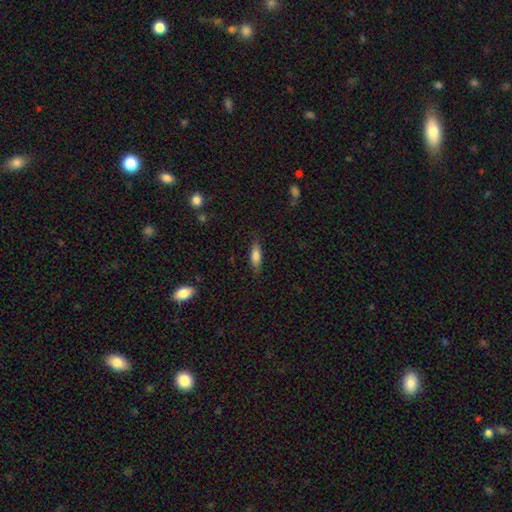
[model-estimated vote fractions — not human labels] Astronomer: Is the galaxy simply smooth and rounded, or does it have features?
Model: smooth — 79%.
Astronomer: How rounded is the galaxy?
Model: in between — 56% (runner-up: cigar-shaped, 42%).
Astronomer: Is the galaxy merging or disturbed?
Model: none — 81%.